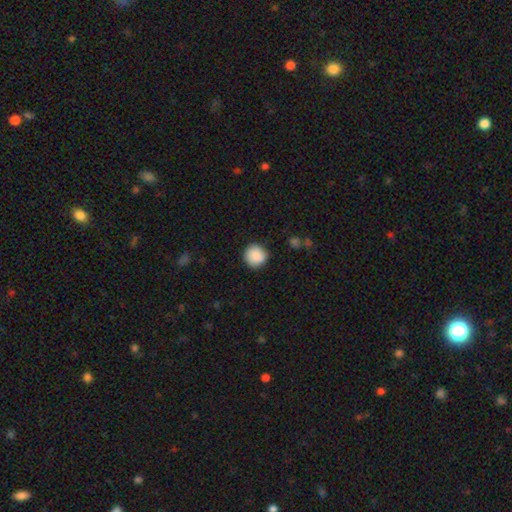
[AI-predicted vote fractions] Smooth or featured: smooth — 89% (star or artifact — 8%)
How rounded: round — 93% (in between — 6%)
Merging: none — 87% (minor disturbance — 9%)